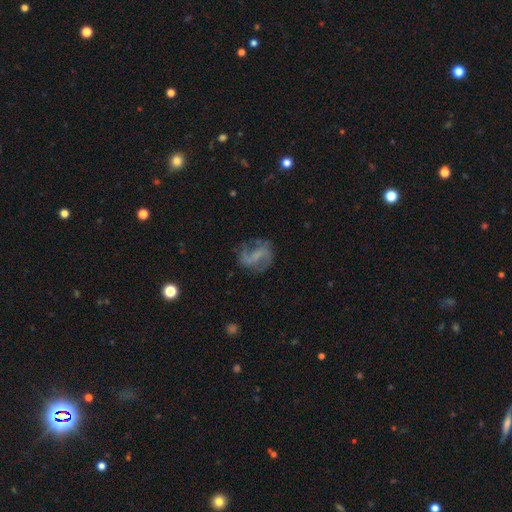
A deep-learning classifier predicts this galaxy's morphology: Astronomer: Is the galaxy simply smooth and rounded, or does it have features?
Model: featured or disk — 73%.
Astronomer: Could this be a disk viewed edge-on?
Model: no — 97%.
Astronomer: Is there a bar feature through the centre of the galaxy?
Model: weak — 42% (runner-up: strong, 31%).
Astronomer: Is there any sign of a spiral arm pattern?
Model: yes — 88%.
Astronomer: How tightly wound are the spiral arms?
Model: loose — 44% (runner-up: medium, 42%).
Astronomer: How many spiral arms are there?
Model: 2 — 82%.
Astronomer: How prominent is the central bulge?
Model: none — 53% (runner-up: small, 30%).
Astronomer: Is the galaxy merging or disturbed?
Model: none — 67%.